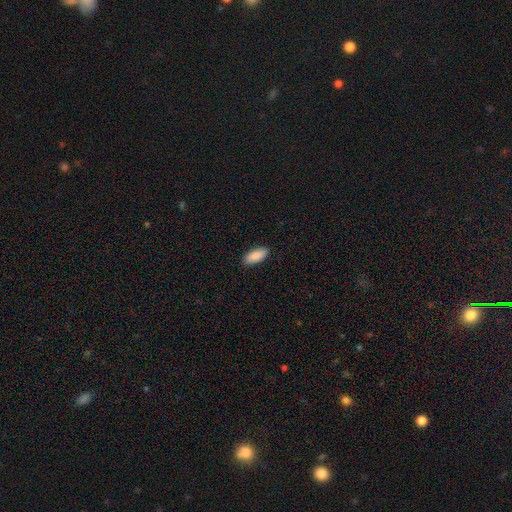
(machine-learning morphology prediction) The model was most divided on "how rounded": in between: 89%, cigar-shaped: 9%, round: 2%. More confident: merging — none (90%); smooth or featured — smooth (89%).